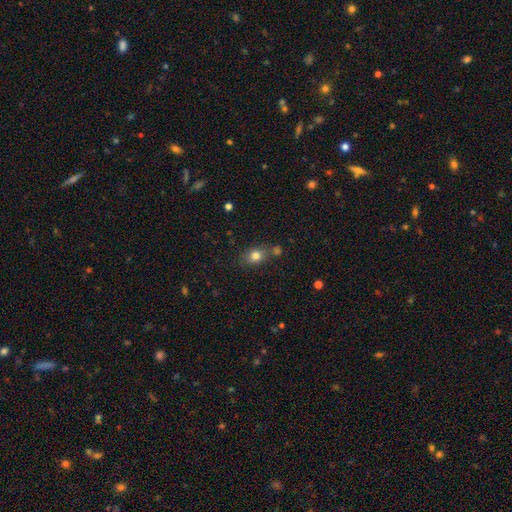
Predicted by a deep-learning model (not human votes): A smooth galaxy with no disk features (79%) that is in between round and cigar-shaped (54%). Merging: none (66%).